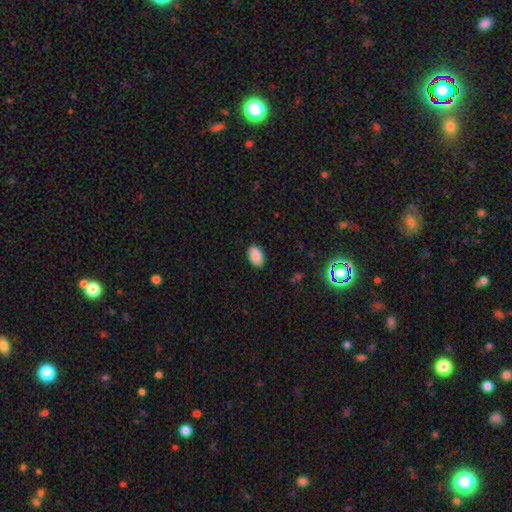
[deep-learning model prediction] Smooth or featured: smooth — 87% (star or artifact — 8%)
How rounded: in between — 93% (round — 6%)
Merging: none — 85% (minor disturbance — 12%)